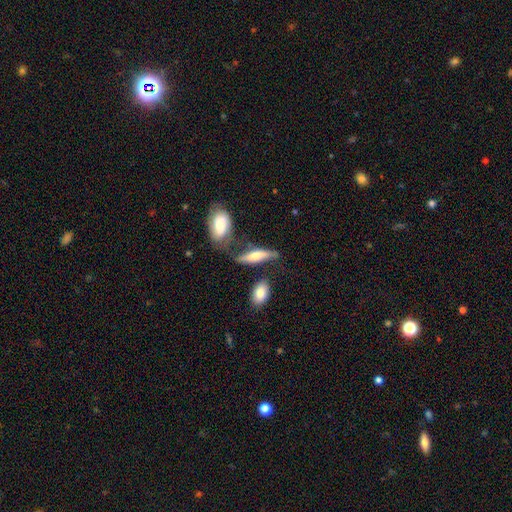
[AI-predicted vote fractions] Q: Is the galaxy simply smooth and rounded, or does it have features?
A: featured or disk — 52%.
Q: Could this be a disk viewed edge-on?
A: yes — 77%.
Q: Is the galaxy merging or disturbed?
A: none — 54%.